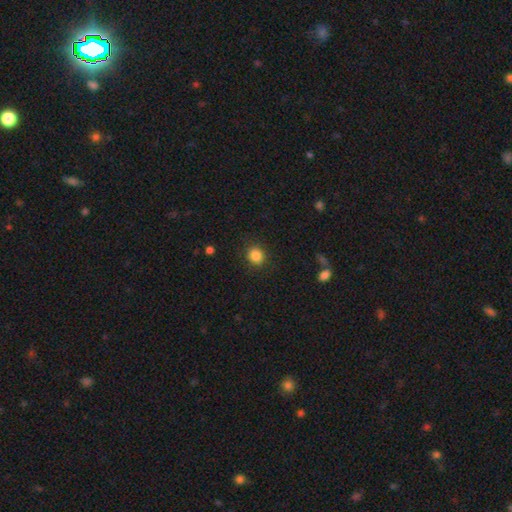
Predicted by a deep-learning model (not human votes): smooth-or-featured: smooth: 86% | star or artifact: 11% | featured or disk: 4%
  how-rounded: round: 80% | in between: 19% | cigar-shaped: 1%
  merging: none: 88% | minor disturbance: 8% | major disturbance: 3% | merger: 1%